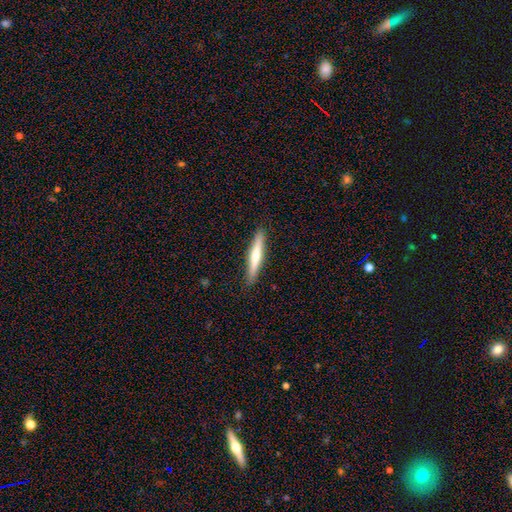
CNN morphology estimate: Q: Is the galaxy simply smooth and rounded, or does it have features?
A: smooth — 57%.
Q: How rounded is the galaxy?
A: cigar-shaped — 93%.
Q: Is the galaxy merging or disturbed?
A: none — 90%.